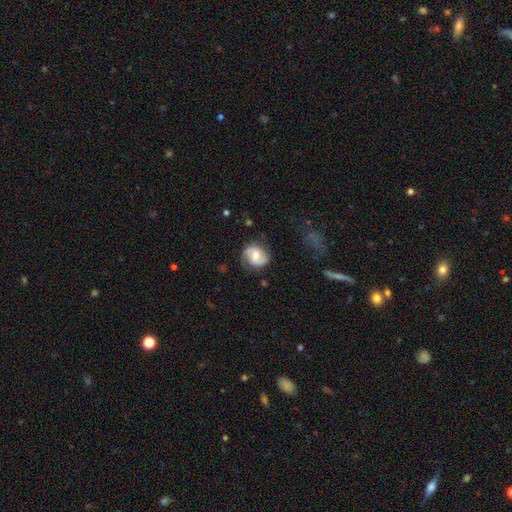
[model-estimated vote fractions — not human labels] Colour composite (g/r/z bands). It shows a featured or disk galaxy (57%) with a weak bar (46%), spiral arms (87%) and a moderate central bulge (54%). Merging: none (71%).